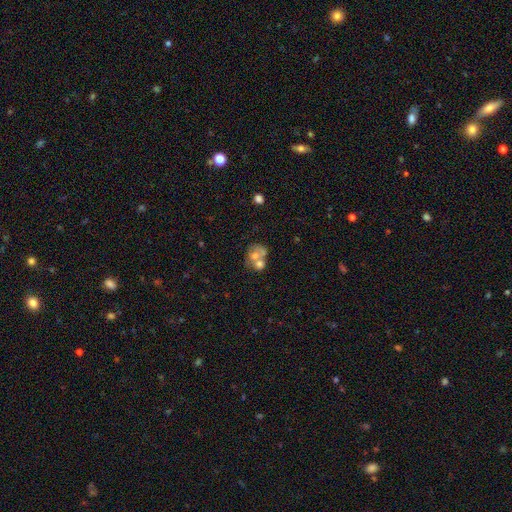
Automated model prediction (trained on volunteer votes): Smooth or featured: smooth — 46% (featured or disk — 40%)
Merging: merger — 56% (none — 28%)